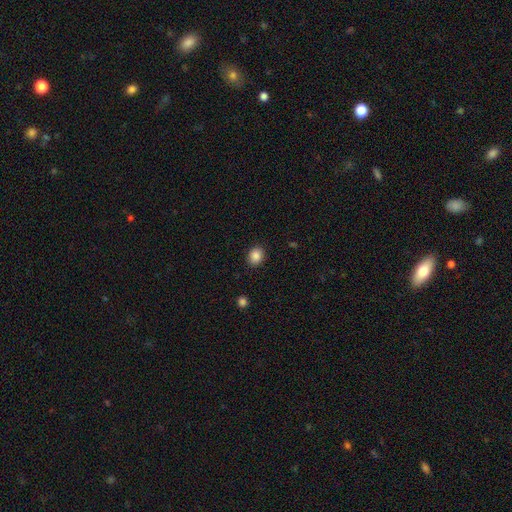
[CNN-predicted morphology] smooth 87%, star or artifact 10%, featured or disk 3%. Down the decision tree: how rounded — round (61%); merging — none (90%).